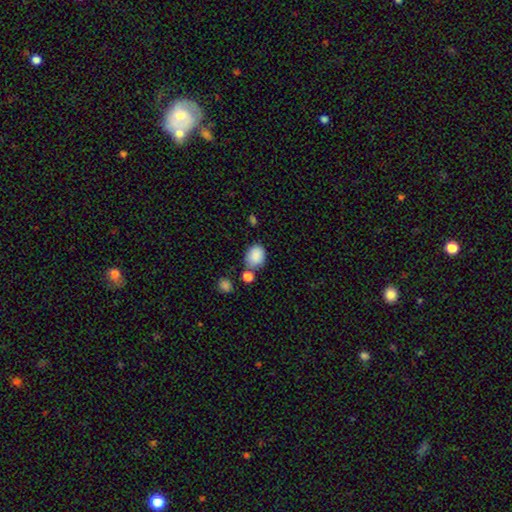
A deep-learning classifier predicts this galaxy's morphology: Smooth or featured? smooth (87%)
How rounded? in between (59%)
Merging? none (65%)